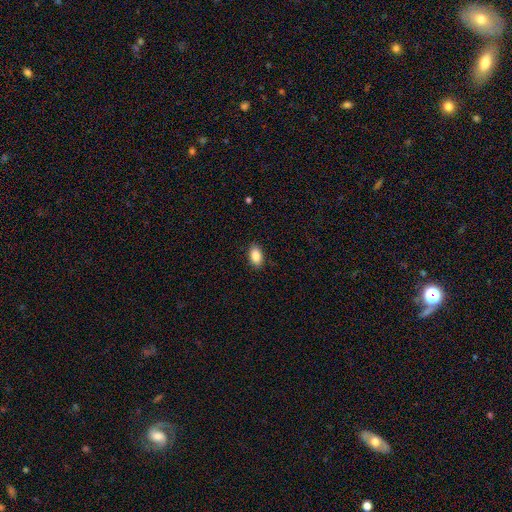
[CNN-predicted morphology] A smooth galaxy with no disk features (89%) that is in between round and cigar-shaped (92%). Merging: none (89%).